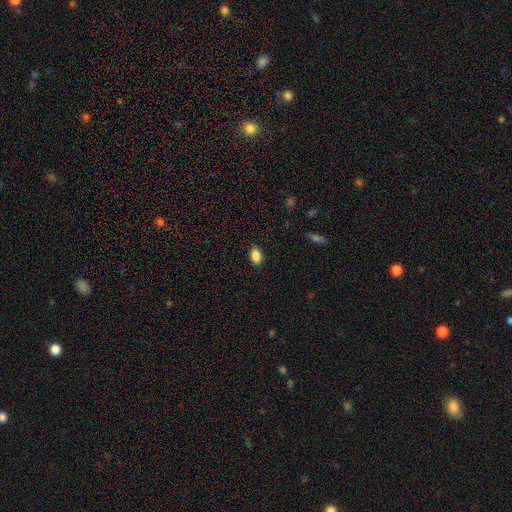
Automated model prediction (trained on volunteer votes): Smooth or featured? Predicted: smooth (p=0.87). How rounded? Predicted: in between (p=0.85). Merging? Predicted: none (p=0.87).